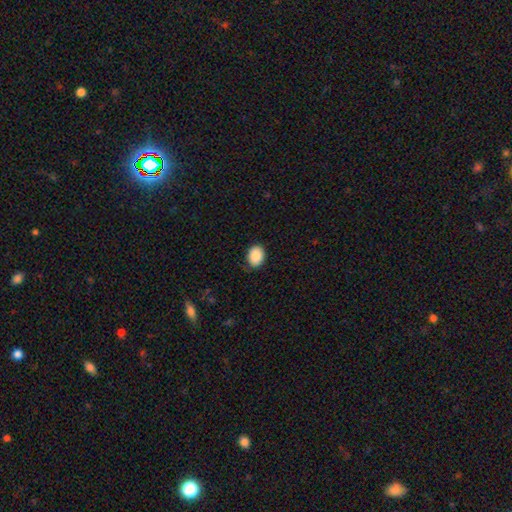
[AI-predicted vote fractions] Smooth or featured? Predicted: smooth (p=0.89). How rounded? Predicted: in between (p=0.64). Merging? Predicted: none (p=0.80).